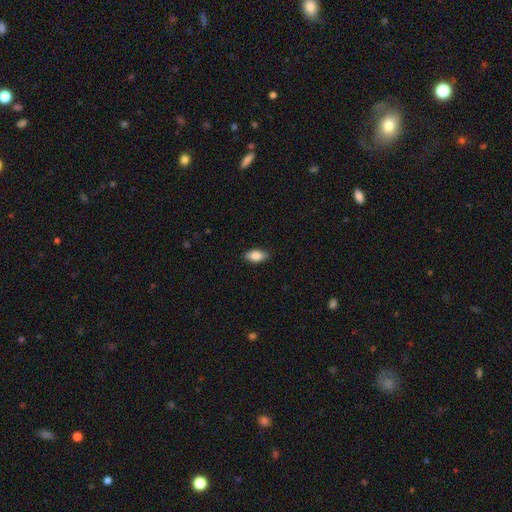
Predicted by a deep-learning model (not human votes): This is clearly a smooth galaxy (85%). How rounded: clearly in between (90%). Merging: clearly none (87%).